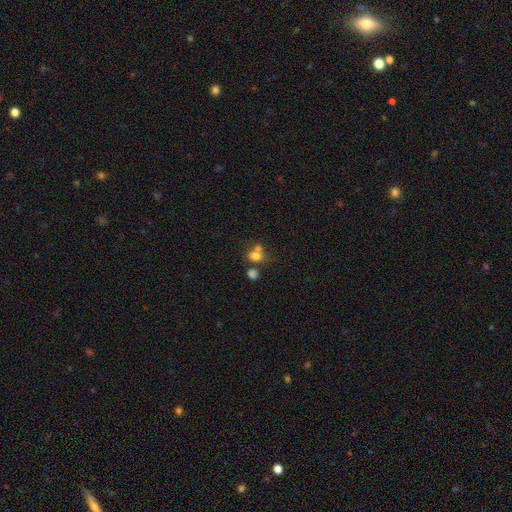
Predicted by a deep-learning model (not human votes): Morphology: type=smooth (74%); roundness=round (60%); merging=merger (44%).